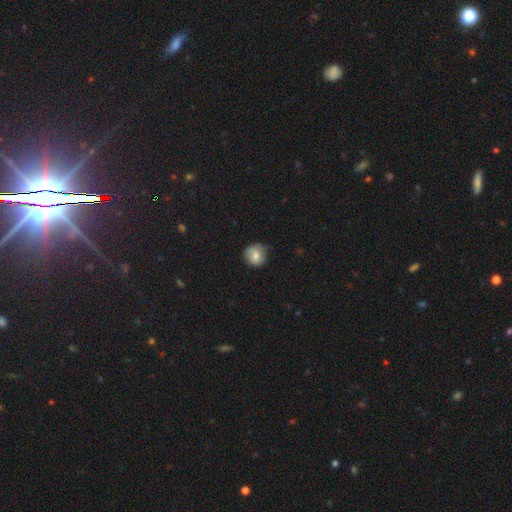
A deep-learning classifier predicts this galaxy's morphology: The model was most divided on "merging": none: 72%, minor disturbance: 23%, major disturbance: 4%, merger: 1%. More confident: how rounded — round (89%); smooth or featured — smooth (76%).